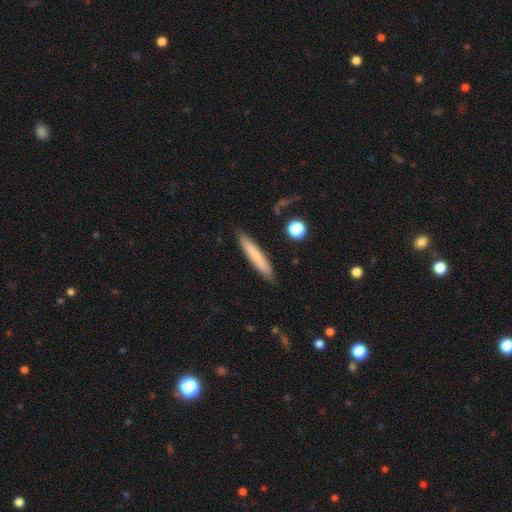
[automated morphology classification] Smooth or featured? smooth (69%)
How rounded? cigar-shaped (93%)
Merging? none (89%)